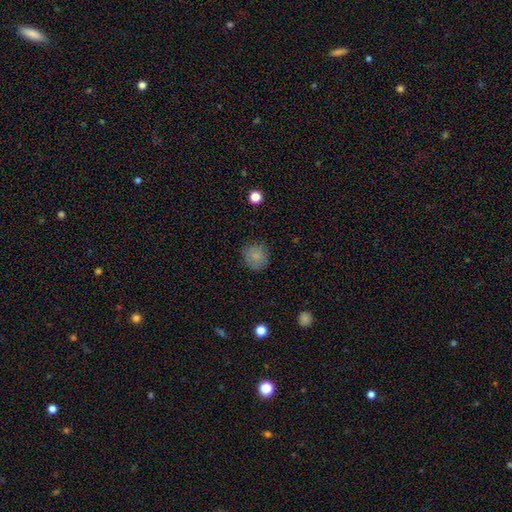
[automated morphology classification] smooth_or_featured: smooth (p=0.84) [alt: star or artifact p=0.11]
how_rounded: round (p=0.89) [alt: in between p=0.10]
merging: none (p=0.85) [alt: minor disturbance p=0.11]